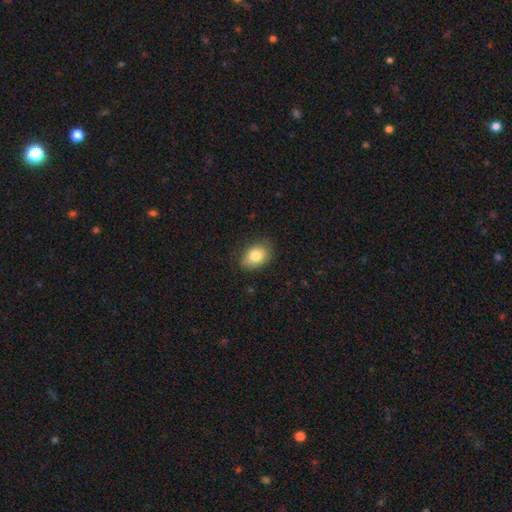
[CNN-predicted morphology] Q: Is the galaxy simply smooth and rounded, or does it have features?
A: smooth — 82%.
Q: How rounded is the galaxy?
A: in between — 79%.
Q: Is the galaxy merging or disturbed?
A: none — 80%.